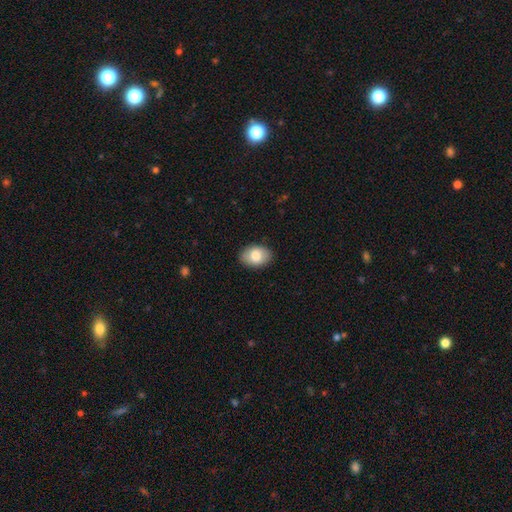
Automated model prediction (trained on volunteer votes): This appears to be a smooth galaxy with no disk features (81%) that is in between round and cigar-shaped (84%). Merging: none (88%).